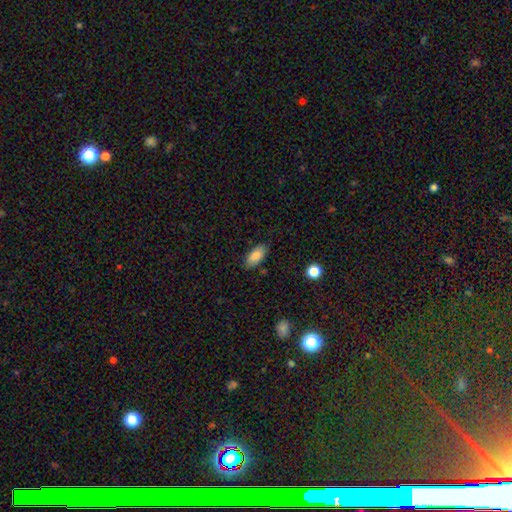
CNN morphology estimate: Overall: smooth (86%). How rounded: in between (89%). Merging: none (84%).